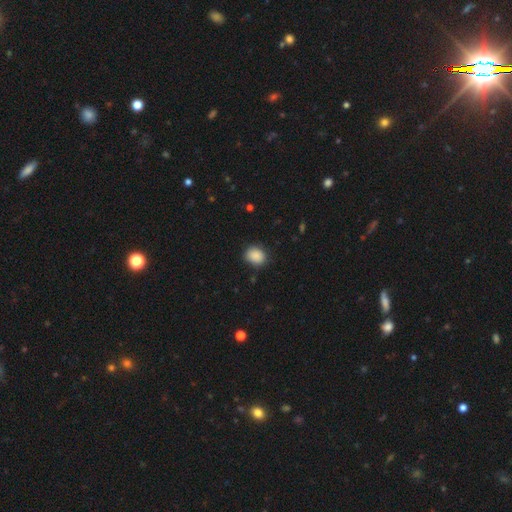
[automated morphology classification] This appears to be a smooth galaxy with no disk features (89%) that is round (54%). Merging: none (85%).